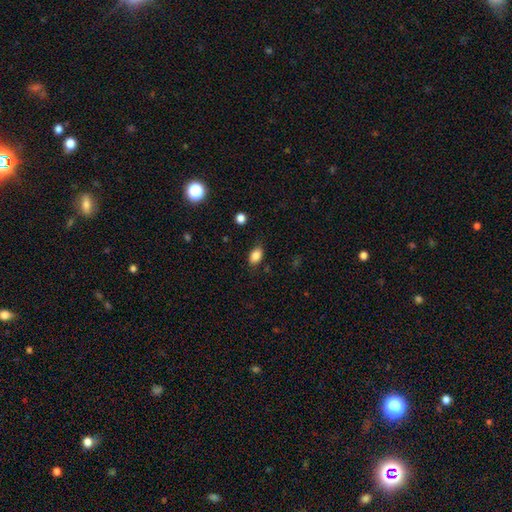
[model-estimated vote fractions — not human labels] This appears to be a smooth galaxy with no disk features (85%) that is in between round and cigar-shaped (87%). Merging: none (82%).